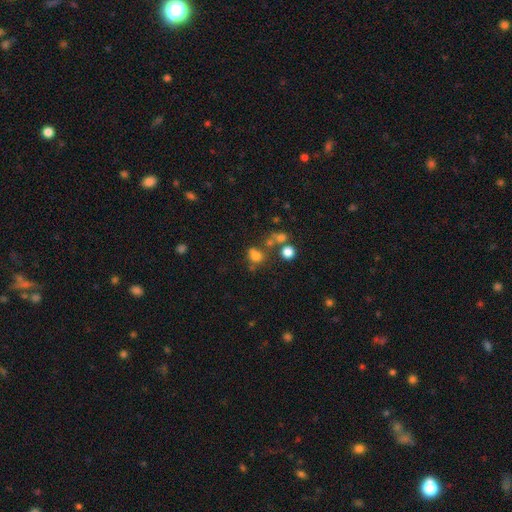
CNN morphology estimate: smooth-or-featured: smooth: 70% | star or artifact: 19% | featured or disk: 12%
  how-rounded: round: 71% | in between: 28% | cigar-shaped: 1%
  merging: none: 53% | merger: 23% | minor disturbance: 14% | major disturbance: 9%